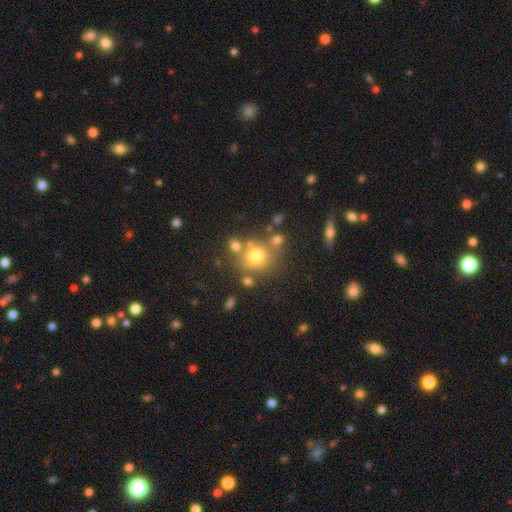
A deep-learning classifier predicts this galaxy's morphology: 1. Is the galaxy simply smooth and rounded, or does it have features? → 68% smooth, 16% star or artifact, 15% featured or disk.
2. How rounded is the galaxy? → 82% round, 16% in between, 1% cigar-shaped.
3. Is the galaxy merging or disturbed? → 63% none, 20% merger, 12% minor disturbance, 5% major disturbance.